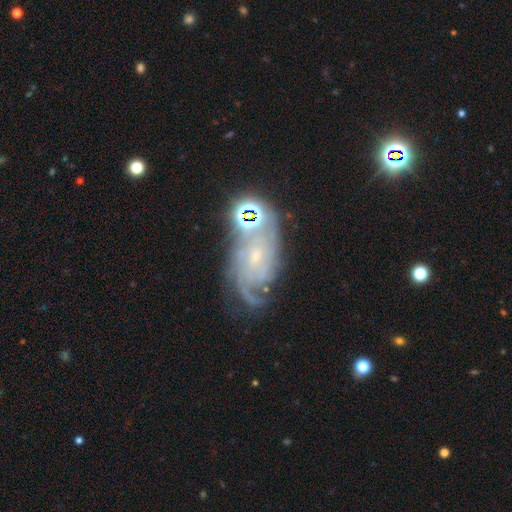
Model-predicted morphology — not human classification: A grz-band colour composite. It shows a featured or disk galaxy (80%) with no bar (64%), tight (55%) spiral arms (95%) and a small central bulge (74%). Merging: none (56%).